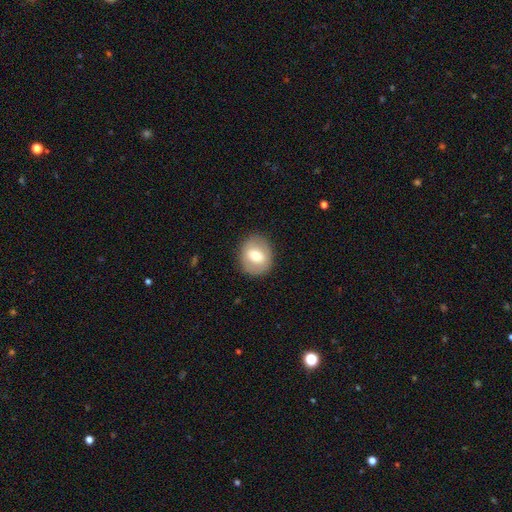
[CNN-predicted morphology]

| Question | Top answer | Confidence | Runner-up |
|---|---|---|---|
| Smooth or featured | smooth | 64% | featured or disk (28%) |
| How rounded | round | 66% | in between (33%) |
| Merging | none | 86% | minor disturbance (10%) |